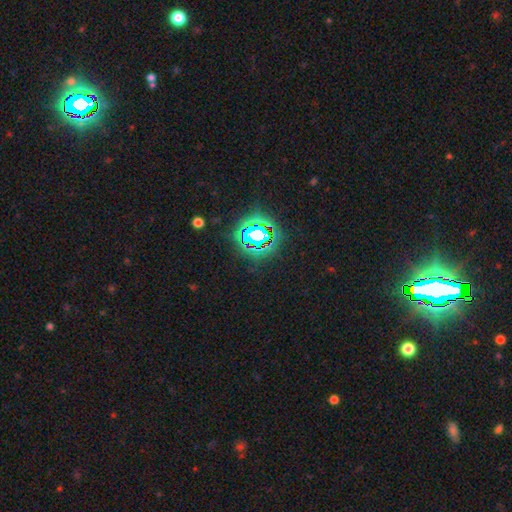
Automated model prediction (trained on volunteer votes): Smooth or featured? Predicted: star or artifact (p=0.83).